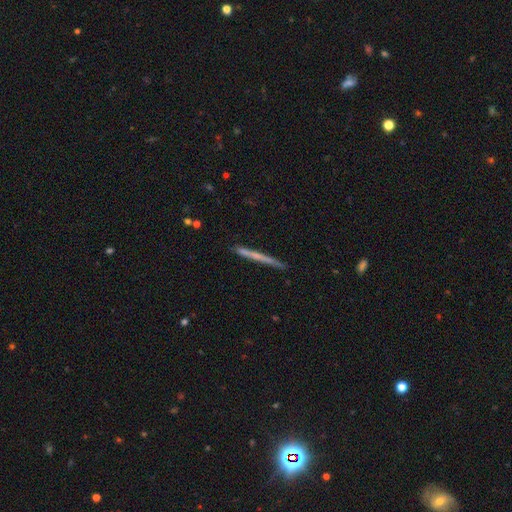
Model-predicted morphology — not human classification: Smooth or featured: featured or disk — 49% (smooth — 44%)
Merging: none — 87% (minor disturbance — 10%)